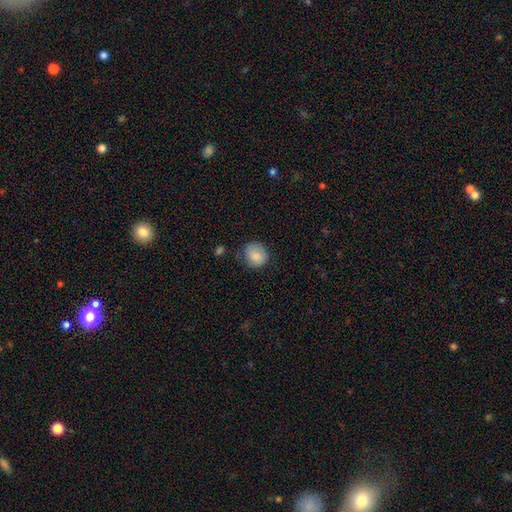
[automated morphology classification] A smooth galaxy with no disk features (84%) that is round (75%). Merging: none (70%).